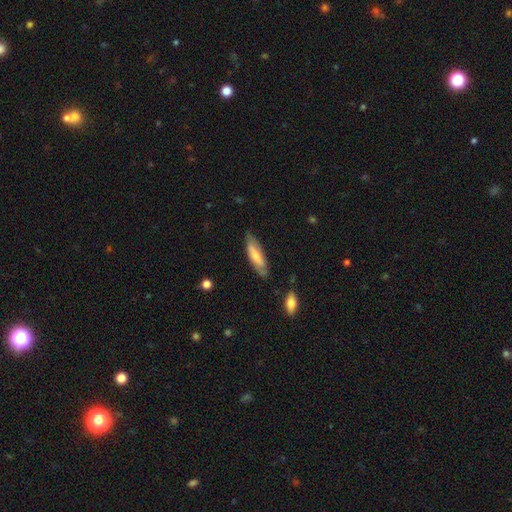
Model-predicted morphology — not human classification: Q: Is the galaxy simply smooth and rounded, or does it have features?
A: smooth — 60%.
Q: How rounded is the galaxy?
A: cigar-shaped — 56%.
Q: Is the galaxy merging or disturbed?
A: none — 78%.